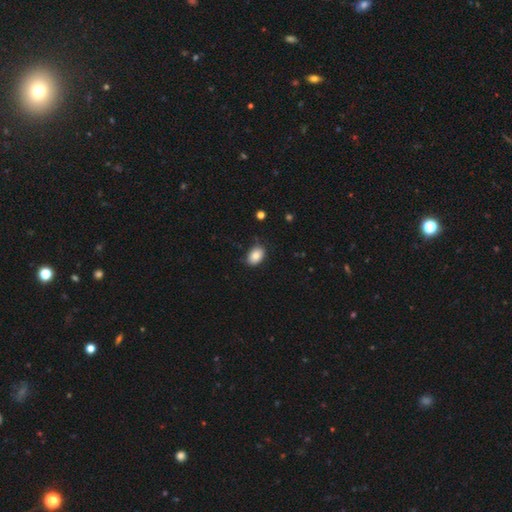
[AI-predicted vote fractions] Smooth or featured: smooth — 82% (featured or disk — 9%)
How rounded: in between — 84% (round — 15%)
Merging: none — 79% (minor disturbance — 17%)